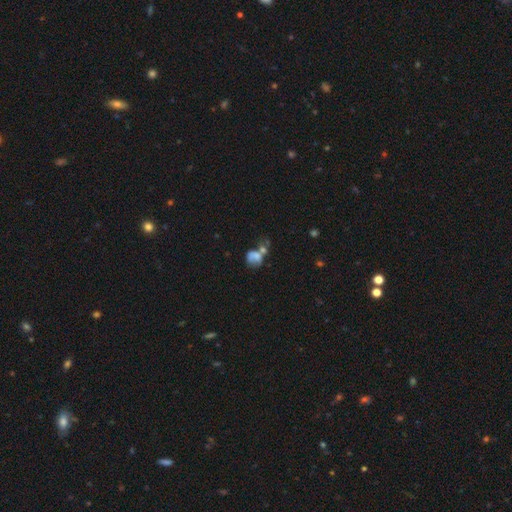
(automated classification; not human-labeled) Morphology: type=smooth (54%); roundness=in between (52%); merging=merger (48%).